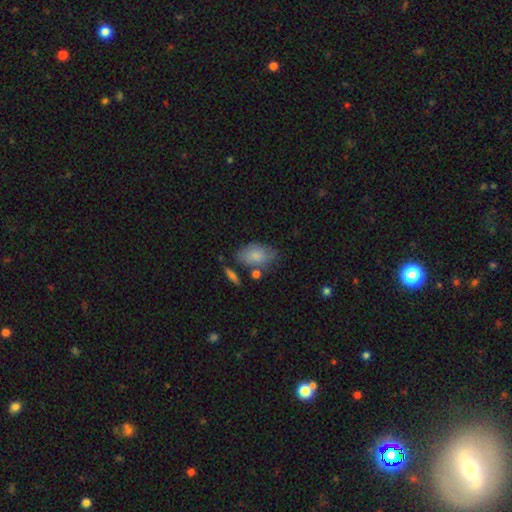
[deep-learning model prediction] Overall: smooth (78%). How rounded: in between (90%). Merging: none (60%; minor disturbance 24%).